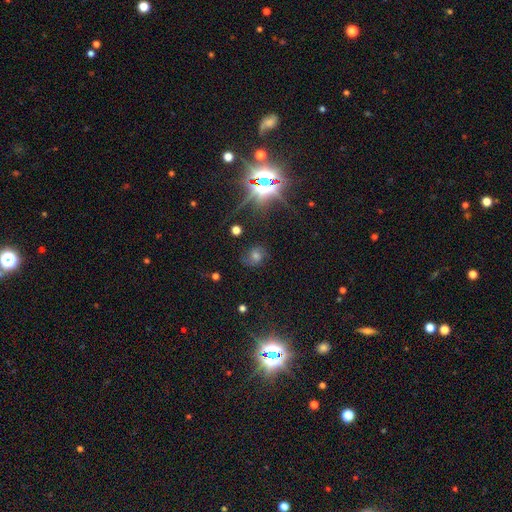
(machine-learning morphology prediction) star or artifact 48%, smooth 26%, featured or disk 26%.